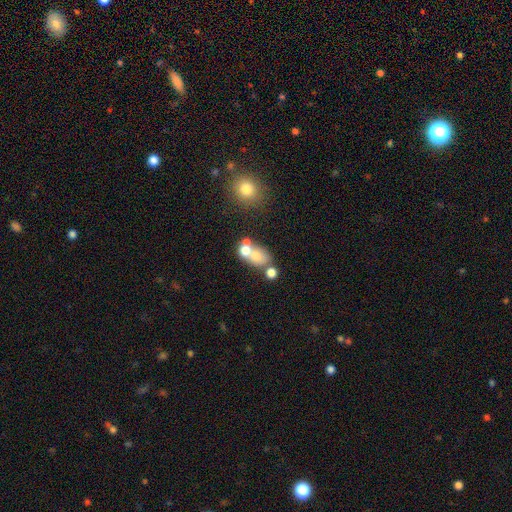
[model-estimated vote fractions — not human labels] smooth-or-featured: smooth: 64% | featured or disk: 23% | star or artifact: 13%
  how-rounded: in between: 60% | round: 38% | cigar-shaped: 2%
  merging: merger: 51% | none: 31% | minor disturbance: 11% | major disturbance: 8%